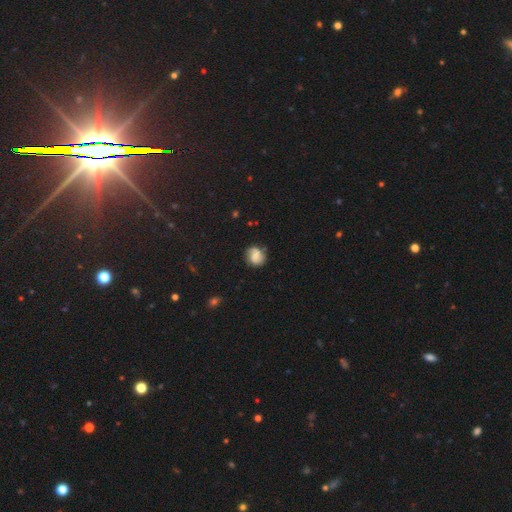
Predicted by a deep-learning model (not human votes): Smooth or featured: smooth — 53% (featured or disk — 38%)
How rounded: round — 72% (in between — 27%)
Merging: none — 70% (minor disturbance — 20%)